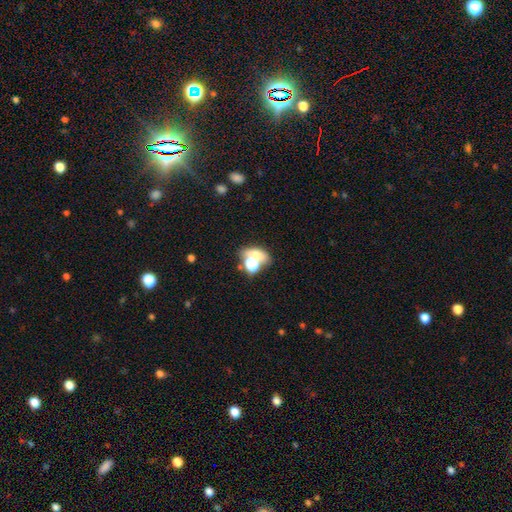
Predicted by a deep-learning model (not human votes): This appears to be a smooth galaxy with no disk features (60%) that is in between round and cigar-shaped (61%). Merging: merger (45%).